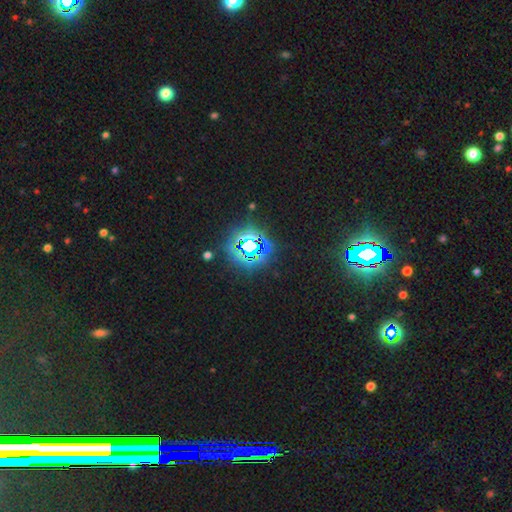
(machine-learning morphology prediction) Smooth or featured? Predicted: star or artifact (p=0.79).